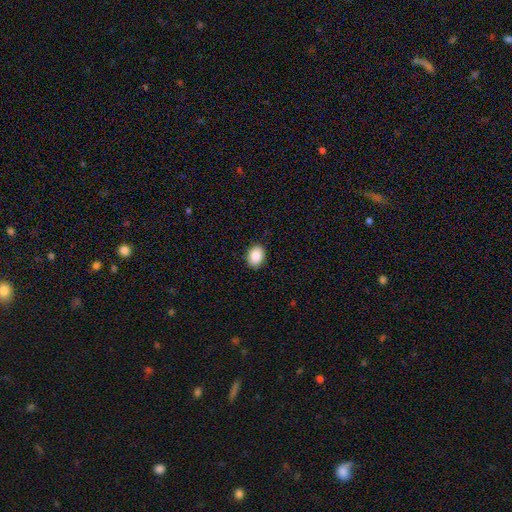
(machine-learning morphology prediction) A smooth galaxy with no disk features (89%) that is in between round and cigar-shaped (71%).

Vote fractions:
- Smooth or featured? smooth: 89% / star or artifact: 7% / featured or disk: 4%
- How rounded? in between: 71% / round: 28% / cigar-shaped: 1%
- Merging? none: 89% / minor disturbance: 8% / major disturbance: 2% / merger: 1%